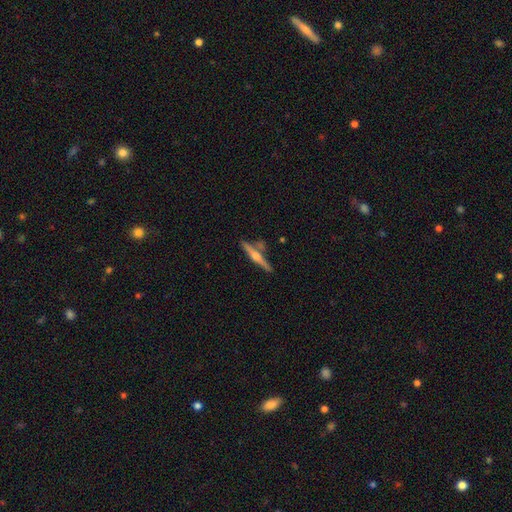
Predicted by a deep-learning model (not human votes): A featured or disk galaxy (68%) viewed edge-on (97%) with a rounded central bulge (87%).

Vote fractions:
- Smooth or featured? featured or disk: 68% / smooth: 25% / star or artifact: 6%
- Edge-on disk? yes: 97% / no: 3%
- Edge-on bulge? rounded: 87% / boxy: 7% / none: 6%
- Merging? none: 77% / minor disturbance: 11% / merger: 10% / major disturbance: 3%